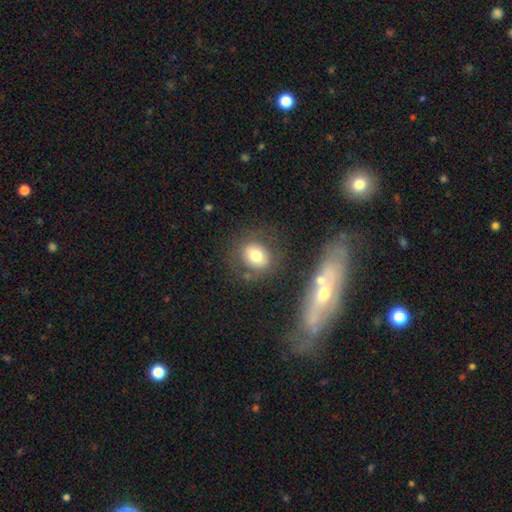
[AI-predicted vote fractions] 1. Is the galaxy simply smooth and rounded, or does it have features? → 72% smooth, 17% featured or disk, 11% star or artifact.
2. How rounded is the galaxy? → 67% round, 32% in between, 1% cigar-shaped.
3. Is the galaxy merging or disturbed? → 75% none, 13% minor disturbance, 6% major disturbance, 6% merger.